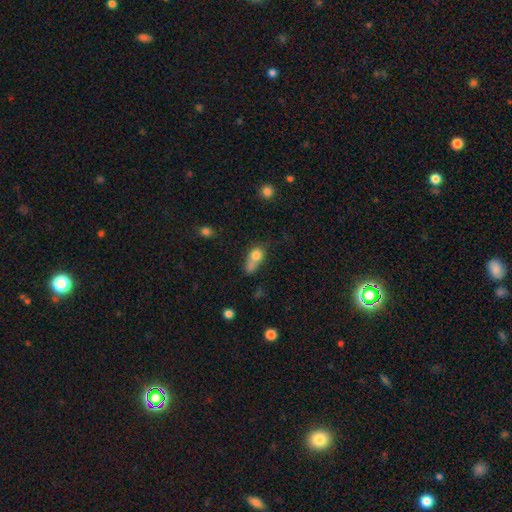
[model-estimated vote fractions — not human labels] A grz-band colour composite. It shows a smooth galaxy with no disk features (75%) that is in between round and cigar-shaped (55%). Merging: merger (42%).